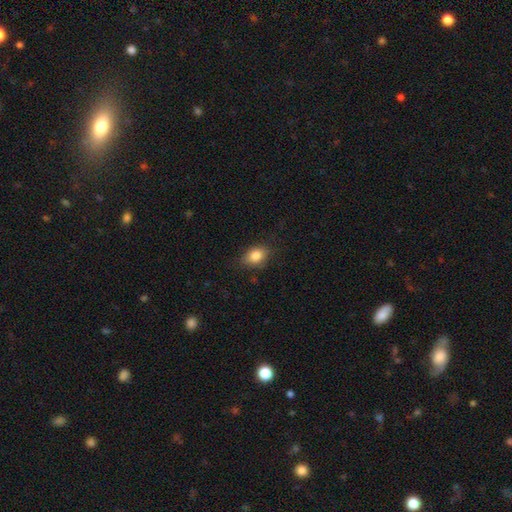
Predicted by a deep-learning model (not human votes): Smooth or featured: smooth — 84% (star or artifact — 9%)
How rounded: in between — 74% (round — 24%)
Merging: none — 79% (minor disturbance — 16%)